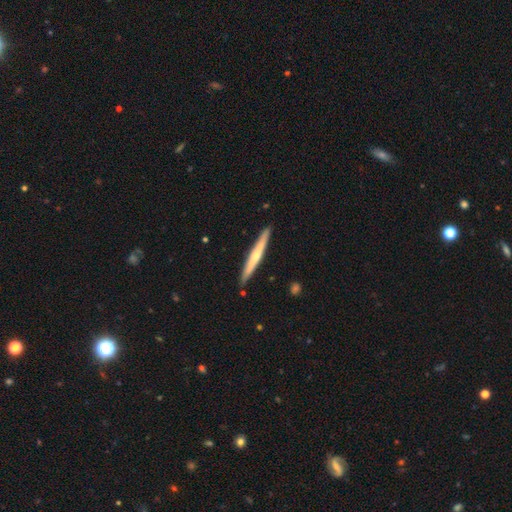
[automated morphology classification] Q: Smooth or featured?
A: featured or disk (49%); runner-up: smooth (46%)
Q: Merging?
A: none (90%); runner-up: minor disturbance (8%)